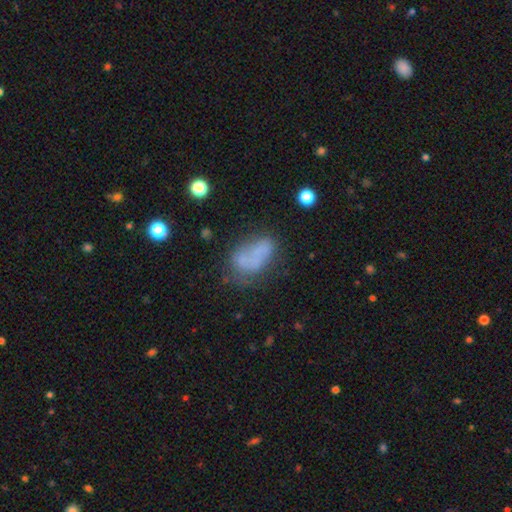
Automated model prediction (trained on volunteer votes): smooth-or-featured: smooth: 55% | featured or disk: 33% | star or artifact: 13%
  how-rounded: in between: 88% | round: 9% | cigar-shaped: 3%
  merging: none: 36% | minor disturbance: 25% | major disturbance: 24% | merger: 15%